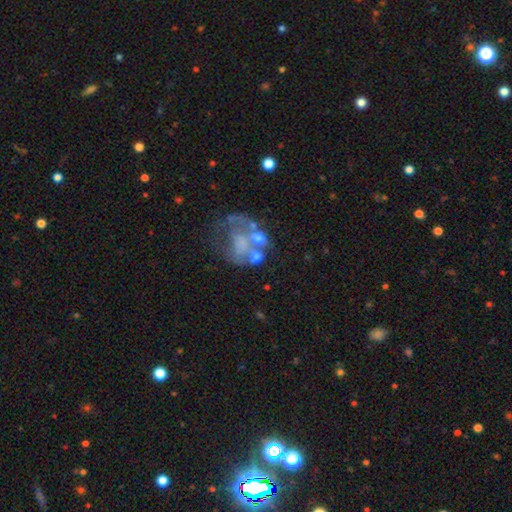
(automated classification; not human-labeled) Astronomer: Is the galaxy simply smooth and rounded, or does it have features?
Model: featured or disk — 54%.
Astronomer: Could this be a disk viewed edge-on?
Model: no — 97%.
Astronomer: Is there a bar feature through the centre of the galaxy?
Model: no — 71%.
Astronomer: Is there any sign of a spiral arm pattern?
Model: yes — 56% (runner-up: no, 44%).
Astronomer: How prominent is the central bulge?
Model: small — 40% (runner-up: none, 35%).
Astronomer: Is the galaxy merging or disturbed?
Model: none — 41% (runner-up: major disturbance, 24%).